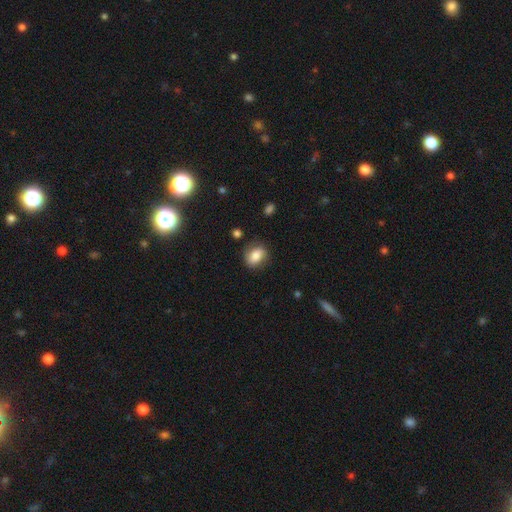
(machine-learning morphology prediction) Smooth or featured: smooth — 77% (featured or disk — 14%)
How rounded: in between — 63% (round — 36%)
Merging: none — 75% (minor disturbance — 18%)